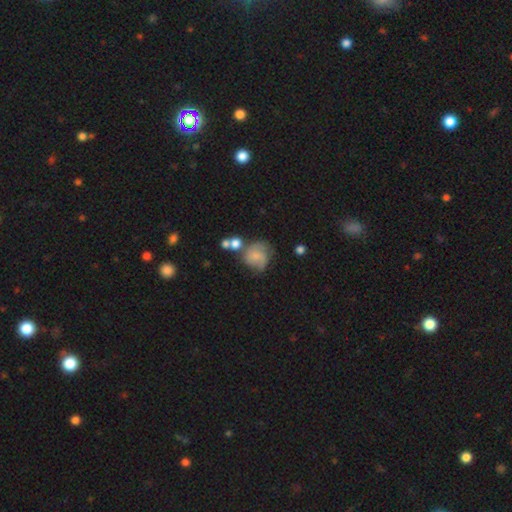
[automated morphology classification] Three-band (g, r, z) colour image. It shows a featured or disk galaxy (46%). Merging: none (42%).